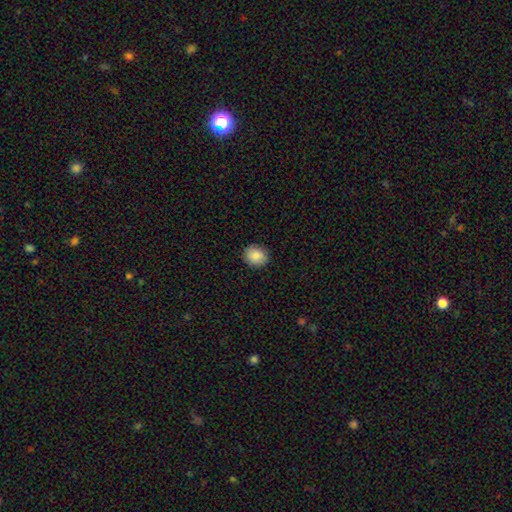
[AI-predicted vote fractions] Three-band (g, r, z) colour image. It shows a smooth galaxy with no disk features (86%) that is round (65%). Merging: none (89%).